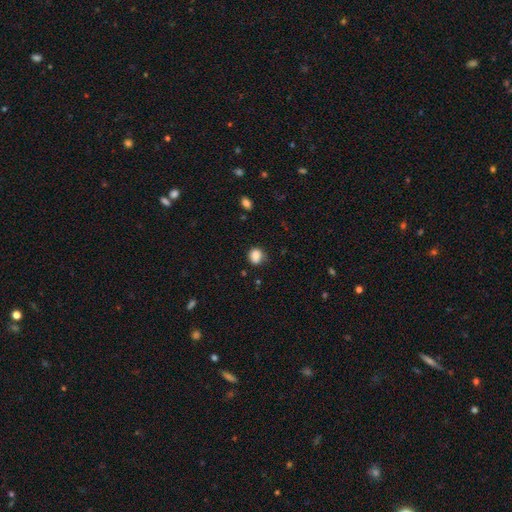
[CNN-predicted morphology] smooth_or_featured: smooth (p=0.85) [alt: star or artifact p=0.10]
how_rounded: round (p=0.73) [alt: in between p=0.26]
merging: none (p=0.66) [alt: minor disturbance p=0.25]